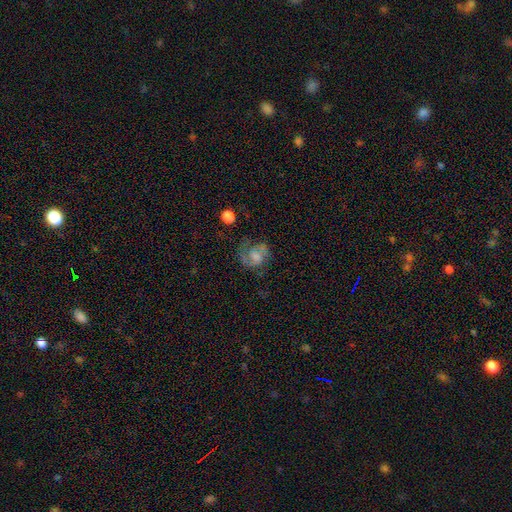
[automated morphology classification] Smooth or featured?
  - featured or disk: 61% *
  - smooth: 29%
  - star or artifact: 10%
Edge-on disk?
  - no: 98% *
  - yes: 2%
Bar?
  - no: 59% *
  - weak: 35%
  - strong: 6%
Spiral arms?
  - yes: 84% *
  - no: 16%
Spiral winding?
  - medium: 48% *
  - tight: 29%
  - loose: 22%
Spiral arm count?
  - 2: 71% *
  - can't tell: 12%
  - 1: 11%
  - 3: 3%
  - 4: 1%
  - more than 4: 1%
Bulge size?
  - none: 31% *
  - moderate: 28%
  - small: 25%
  - large: 14%
  - dominant: 2%
Merging?
  - none: 53% *
  - minor disturbance: 22%
  - major disturbance: 22%
  - merger: 3%